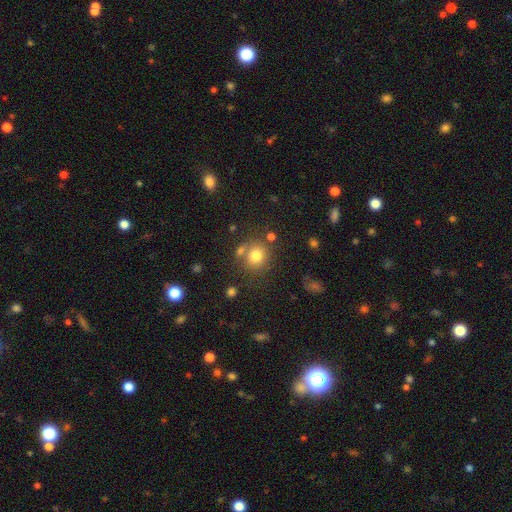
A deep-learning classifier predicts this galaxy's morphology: This is likely a smooth galaxy (78%). How rounded: clearly round (82%). Merging: likely none (68%).